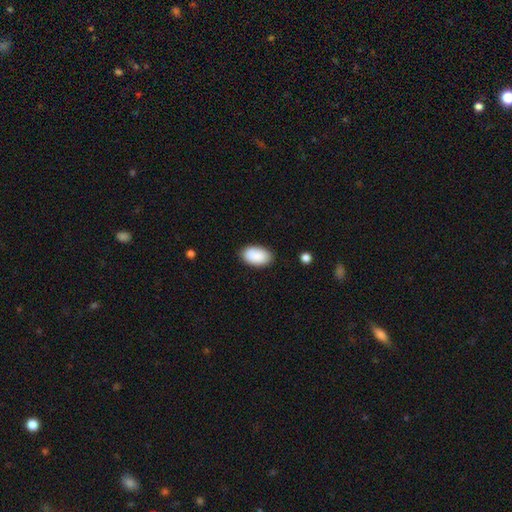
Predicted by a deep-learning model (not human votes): Overall: smooth (89%). How rounded: in between (94%). Merging: none (84%).